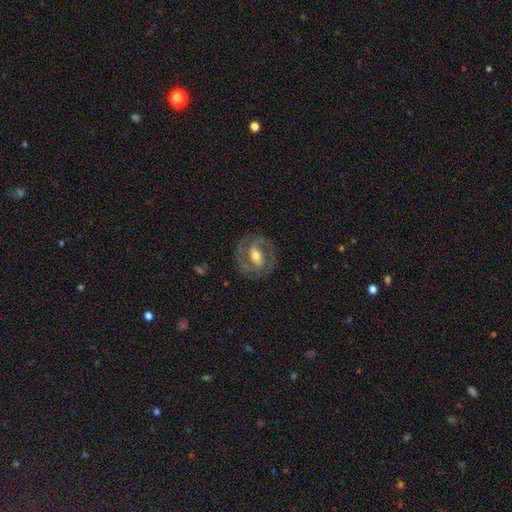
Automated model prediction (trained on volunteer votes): Smooth or featured? Predicted: featured or disk (p=0.79). Edge-on disk? Predicted: no (p=0.95). Bar? Predicted: strong (p=0.41). Spiral arms? Predicted: yes (p=0.80). Spiral winding? Predicted: tight (p=0.48). Spiral arm count? Predicted: 2 (p=0.83). Bulge size? Predicted: moderate (p=0.63). Merging? Predicted: none (p=0.82).